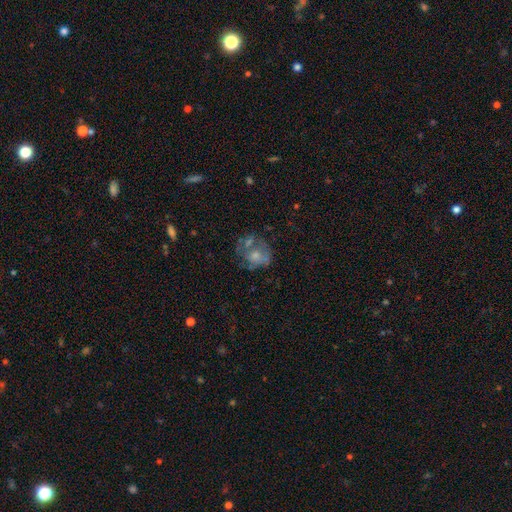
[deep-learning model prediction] The model was most divided on "smooth or featured": featured or disk: 51%, smooth: 34%, star or artifact: 15%. More confident: edge-on disk — no (97%); merging — none (50%).